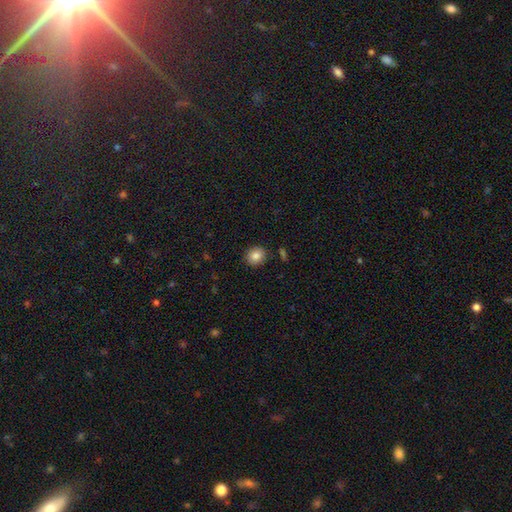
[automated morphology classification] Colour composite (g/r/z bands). It shows a smooth galaxy with no disk features (85%) that is round (75%). Merging: none (89%).